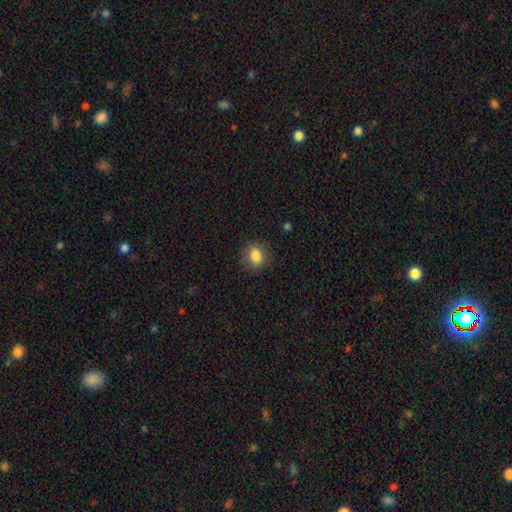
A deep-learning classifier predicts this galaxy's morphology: A smooth galaxy with no disk features (83%) that is round (50%).

Vote fractions:
- Smooth or featured? smooth: 83% / star or artifact: 9% / featured or disk: 8%
- How rounded? round: 50% / in between: 48% / cigar-shaped: 1%
- Merging? none: 83% / minor disturbance: 12% / major disturbance: 4% / merger: 1%